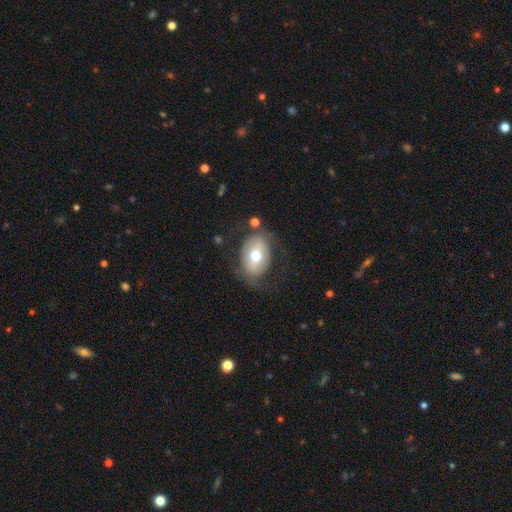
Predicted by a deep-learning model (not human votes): Smooth or featured? Predicted: smooth (p=0.55). How rounded? Predicted: in between (p=0.74). Merging? Predicted: none (p=0.66).